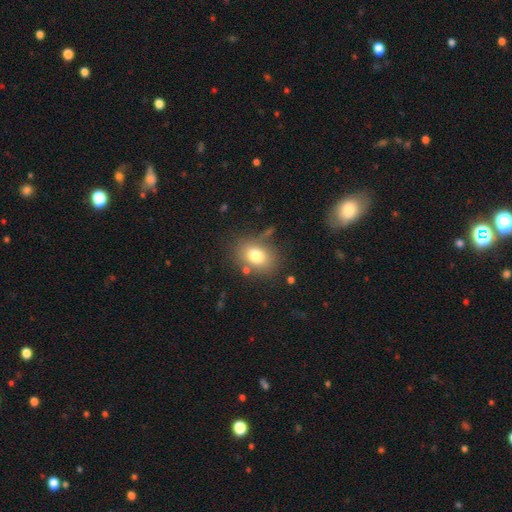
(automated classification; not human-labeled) Smooth or featured: smooth — 77% (featured or disk — 13%)
How rounded: in between — 64% (round — 35%)
Merging: none — 73% (minor disturbance — 14%)